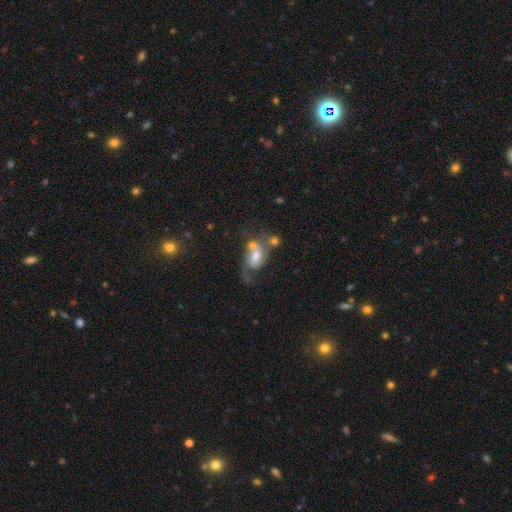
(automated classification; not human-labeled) Smooth or featured? Predicted: featured or disk (p=0.47). Merging? Predicted: merger (p=0.40).